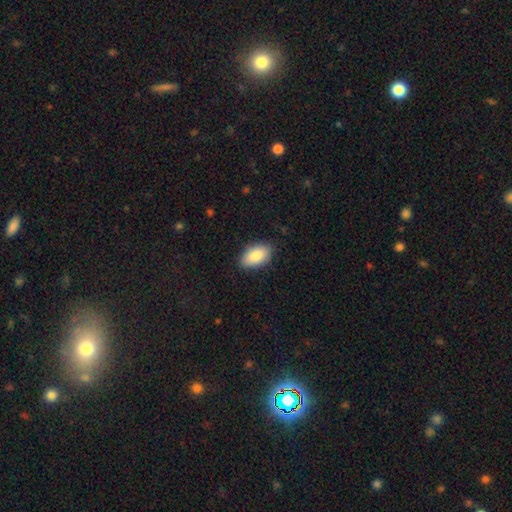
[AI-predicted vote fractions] Smooth or featured?
  - smooth: 87% *
  - featured or disk: 7%
  - star or artifact: 6%
How rounded?
  - in between: 94% *
  - round: 4%
  - cigar-shaped: 2%
Merging?
  - none: 86% *
  - minor disturbance: 11%
  - major disturbance: 2%
  - merger: 1%